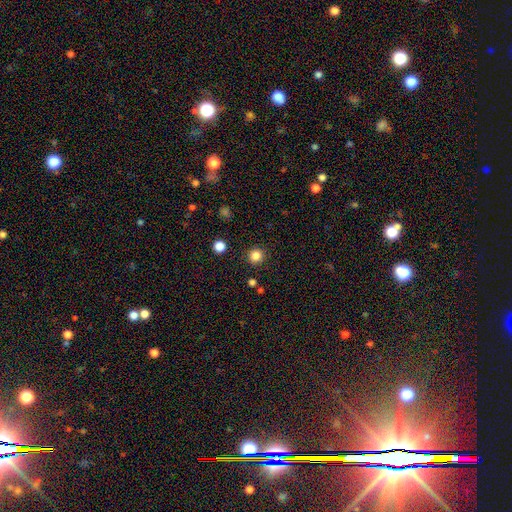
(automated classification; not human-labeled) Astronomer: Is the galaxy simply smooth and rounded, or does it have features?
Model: smooth — 84%.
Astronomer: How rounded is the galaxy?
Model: round — 93%.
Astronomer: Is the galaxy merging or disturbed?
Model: none — 91%.